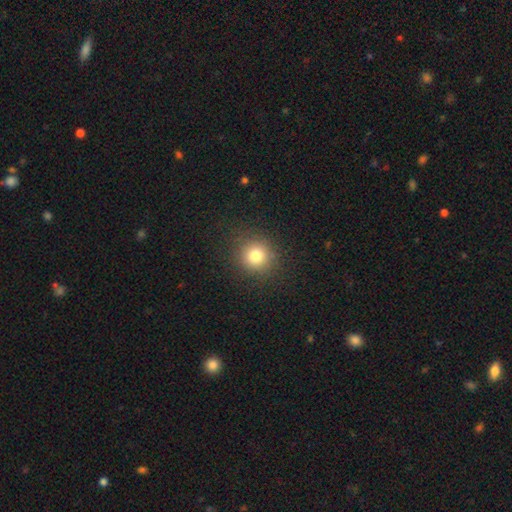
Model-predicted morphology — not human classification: Q: Smooth or featured?
A: smooth (79%); runner-up: star or artifact (13%)
Q: How rounded?
A: round (92%); runner-up: in between (7%)
Q: Merging?
A: none (89%); runner-up: minor disturbance (7%)